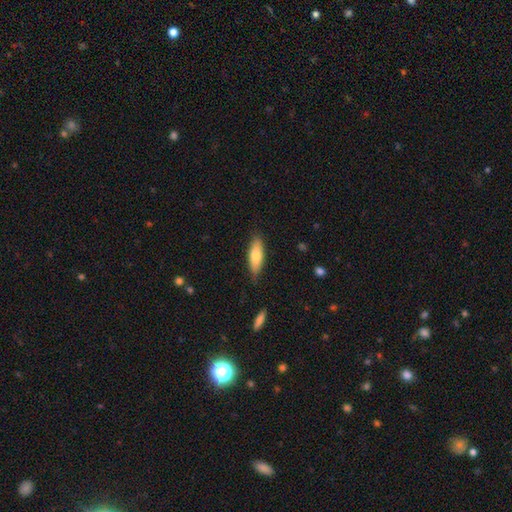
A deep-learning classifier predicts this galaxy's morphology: Overall: smooth (73%). How rounded: in between (56%; cigar-shaped 42%). Merging: none (82%).